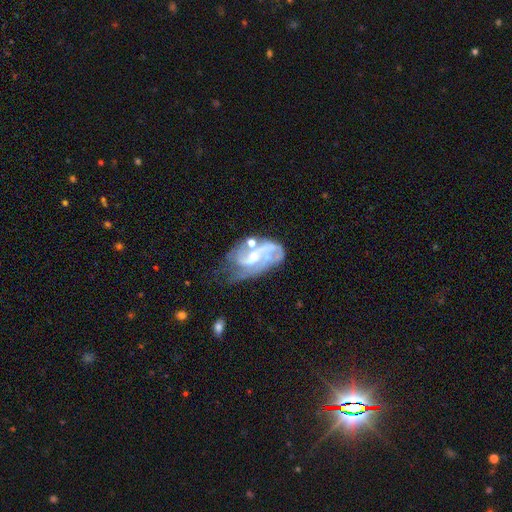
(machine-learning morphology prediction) This appears to be a featured or disk galaxy (82%) with no bar (43%, tied with weak), 2 (47%) medium (44%) spiral arms (88%) and a small central bulge (47%). Merging: none (33%).